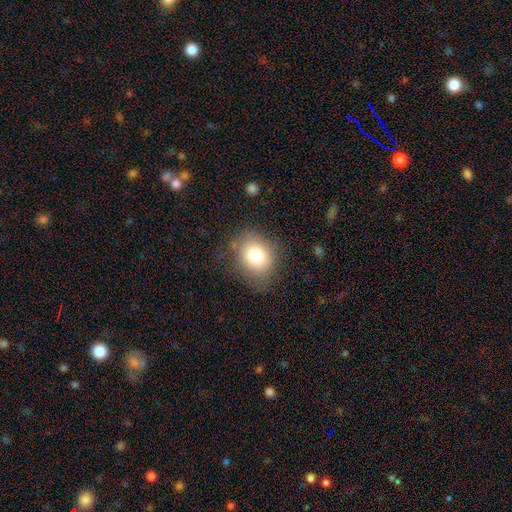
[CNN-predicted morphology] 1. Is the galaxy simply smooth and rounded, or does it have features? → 79% smooth, 11% featured or disk, 10% star or artifact.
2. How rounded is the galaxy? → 55% round, 44% in between, 1% cigar-shaped.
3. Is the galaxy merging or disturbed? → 74% none, 17% minor disturbance, 7% major disturbance, 2% merger.